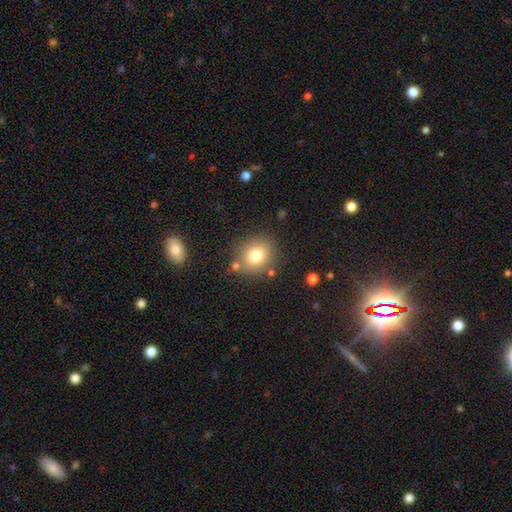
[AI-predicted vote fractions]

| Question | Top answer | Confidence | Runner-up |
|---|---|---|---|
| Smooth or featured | smooth | 77% | star or artifact (12%) |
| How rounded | round | 76% | in between (23%) |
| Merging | none | 79% | minor disturbance (11%) |